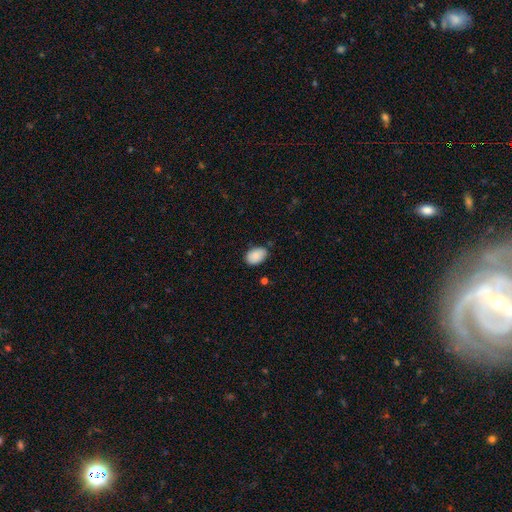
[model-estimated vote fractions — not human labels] Q: Smooth or featured?
A: smooth (89%); runner-up: star or artifact (7%)
Q: How rounded?
A: in between (87%); runner-up: round (12%)
Q: Merging?
A: none (73%); runner-up: minor disturbance (22%)